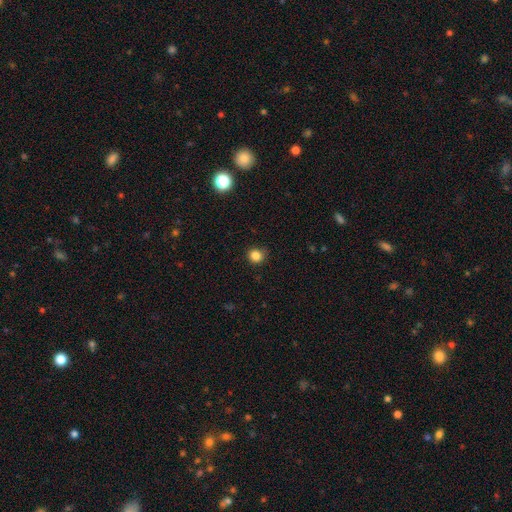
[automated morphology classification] Q: Smooth or featured?
A: smooth (84%); runner-up: star or artifact (12%)
Q: How rounded?
A: round (91%); runner-up: in between (8%)
Q: Merging?
A: none (84%); runner-up: minor disturbance (12%)